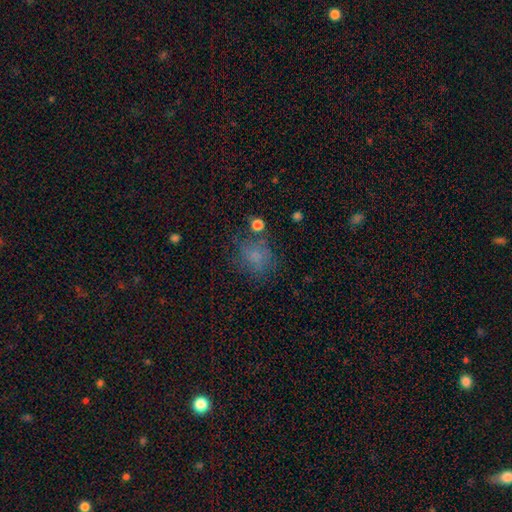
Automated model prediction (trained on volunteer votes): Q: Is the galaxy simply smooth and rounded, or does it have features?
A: smooth — 67%.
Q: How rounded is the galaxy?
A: round — 64%.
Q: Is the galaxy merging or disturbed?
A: none — 64%.